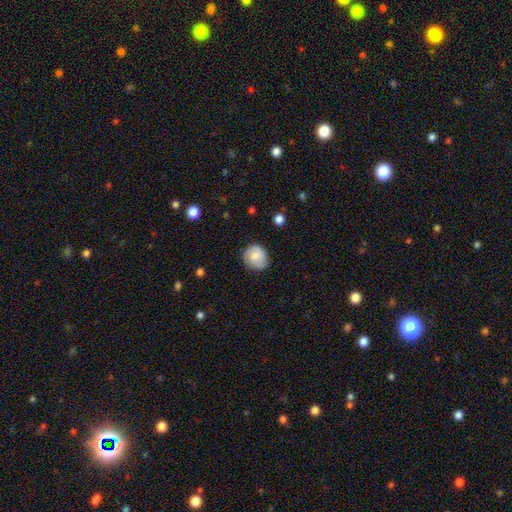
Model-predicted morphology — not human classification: smooth_or_featured: smooth (p=0.70) [alt: featured or disk p=0.23]
how_rounded: round (p=0.81) [alt: in between p=0.18]
merging: none (p=0.77) [alt: minor disturbance p=0.18]